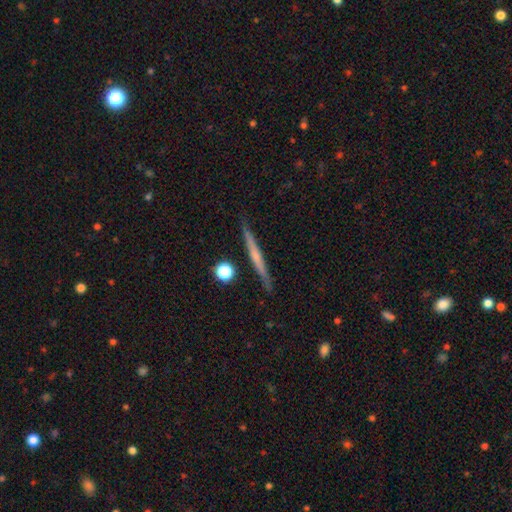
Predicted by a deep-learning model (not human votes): Morphology: type=featured or disk (60%); edge-on=yes (97%); edge-on bulge=none (58%); merging=none (89%).